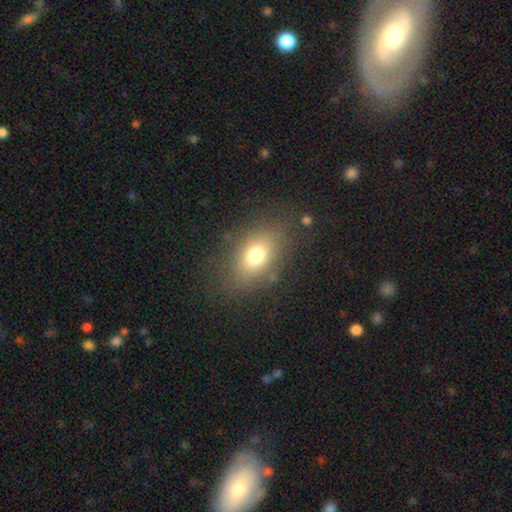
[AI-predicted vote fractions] A smooth galaxy with no disk features (72%) that is in between round and cigar-shaped (75%).

Vote fractions:
- Smooth or featured? smooth: 72% / featured or disk: 14% / star or artifact: 13%
- How rounded? in between: 75% / round: 23% / cigar-shaped: 2%
- Merging? none: 79% / minor disturbance: 12% / major disturbance: 7% / merger: 2%